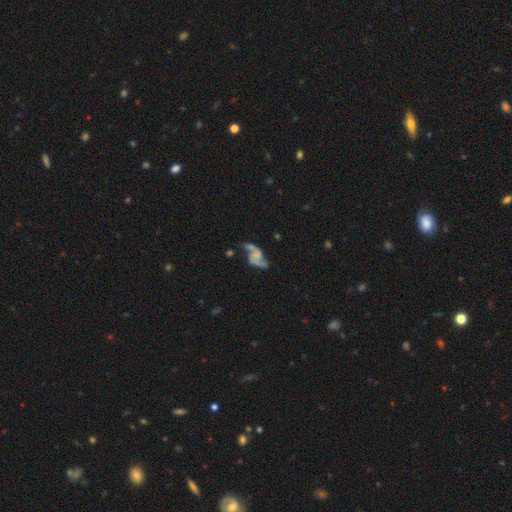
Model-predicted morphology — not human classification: A featured or disk galaxy (74%) with no bar (64%), 2 (84%) loose (73%) spiral arms (86%) and no central bulge (60%).

Vote fractions:
- Smooth or featured? featured or disk: 74% / smooth: 16% / star or artifact: 9%
- Edge-on disk? no: 96% / yes: 4%
- Bar? no: 64% / weak: 27% / strong: 9%
- Spiral arms? yes: 86% / no: 14%
- Spiral winding? loose: 73% / medium: 21% / tight: 6%
- Spiral arm count? 2: 84% / can't tell: 5% / 1: 5% / 3: 3% / 4: 1% / more than 4: 1%
- Bulge size? none: 60% / small: 24% / moderate: 10% / large: 4% / dominant: 2%
- Merging? none: 38% / major disturbance: 26% / minor disturbance: 19% / merger: 17%